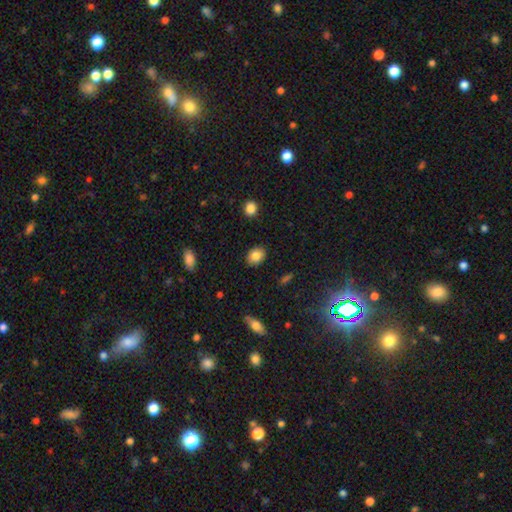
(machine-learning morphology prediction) Smooth or featured? smooth (84%)
How rounded? in between (65%)
Merging? none (87%)